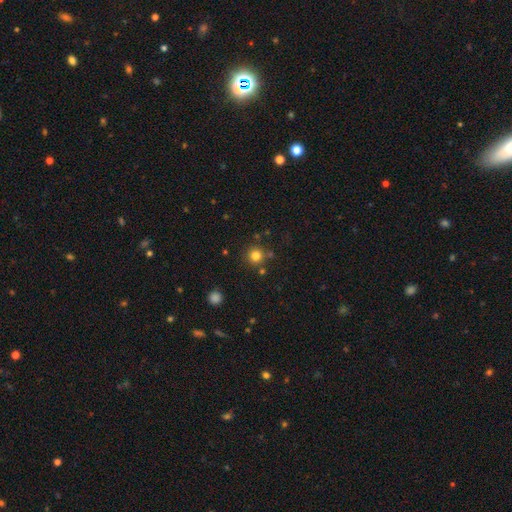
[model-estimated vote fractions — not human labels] Morphology: type=smooth (80%); roundness=round (94%); merging=none (82%).